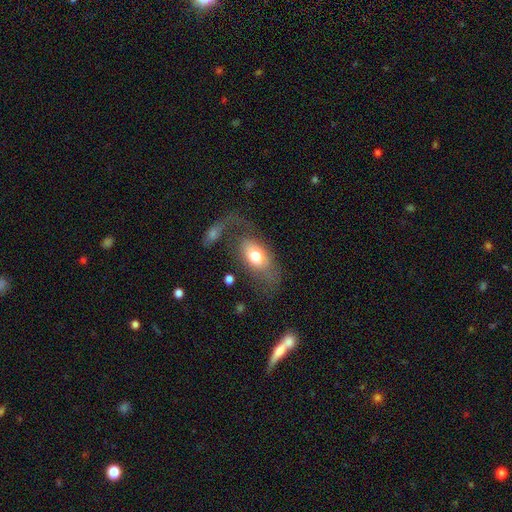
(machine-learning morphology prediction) Smooth or featured?
  - smooth: 62% *
  - featured or disk: 31%
  - star or artifact: 7%
How rounded?
  - in between: 87% *
  - round: 8%
  - cigar-shaped: 4%
Merging?
  - none: 38% *
  - major disturbance: 33%
  - minor disturbance: 19%
  - merger: 10%